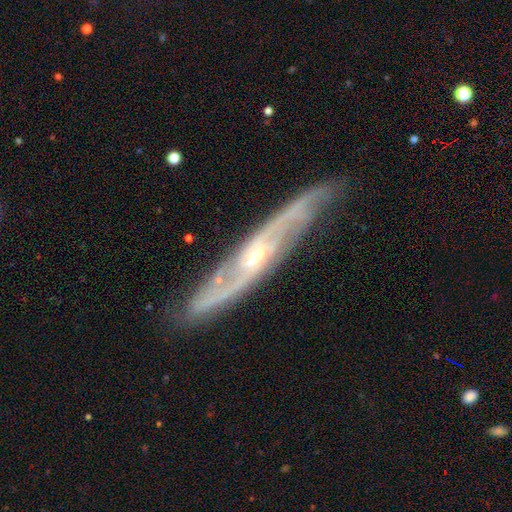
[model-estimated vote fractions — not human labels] A featured or disk galaxy (88%) with no bar (56%), 2 (76%) medium (45%) spiral arms (97%) and a small central bulge (62%). Merging: none (80%).